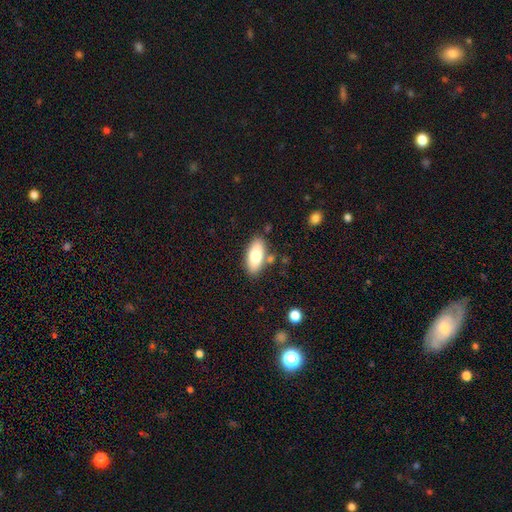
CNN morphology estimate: type=smooth (74%); roundness=in between (87%); merging=none (81%).